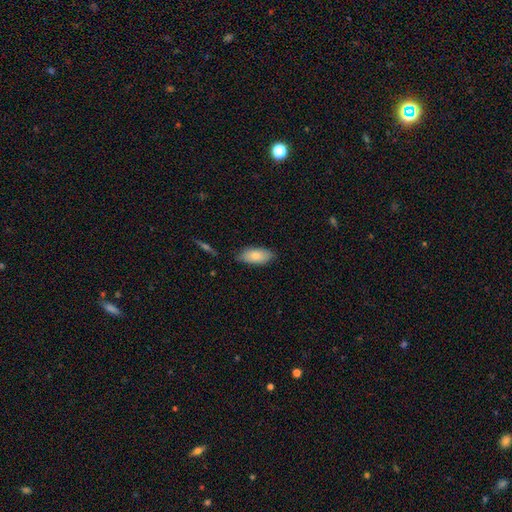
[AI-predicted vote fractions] Smooth or featured? smooth (82%)
How rounded? in between (90%)
Merging? none (79%)